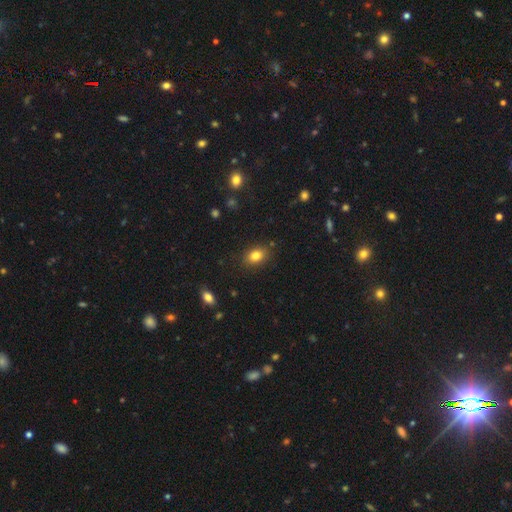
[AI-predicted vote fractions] This appears to be a smooth galaxy with no disk features (82%) that is in between round and cigar-shaped (77%). Merging: none (85%).